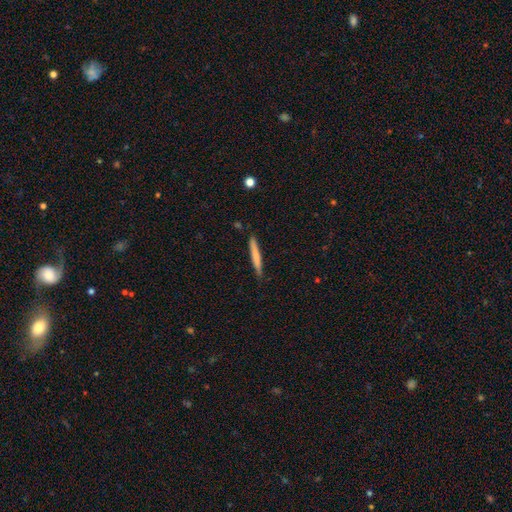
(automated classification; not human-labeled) smooth-or-featured: smooth: 70% | featured or disk: 24% | star or artifact: 5%
  how-rounded: cigar-shaped: 96% | in between: 3% | round: 1%
  merging: none: 87% | minor disturbance: 10% | major disturbance: 2% | merger: 1%